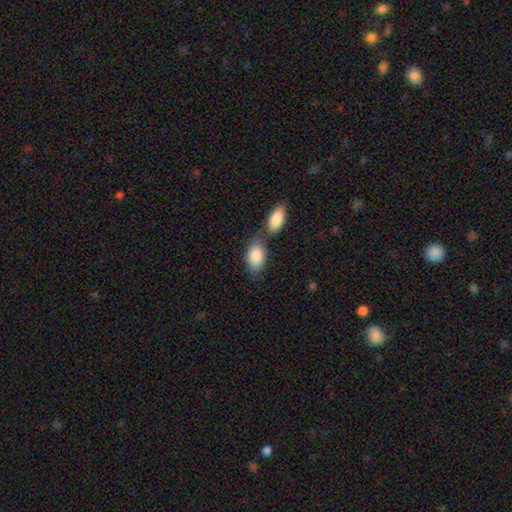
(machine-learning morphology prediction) Smooth or featured?
  - smooth: 87% *
  - featured or disk: 7%
  - star or artifact: 6%
How rounded?
  - in between: 92% *
  - round: 6%
  - cigar-shaped: 2%
Merging?
  - none: 44% *
  - merger: 36%
  - minor disturbance: 15%
  - major disturbance: 5%